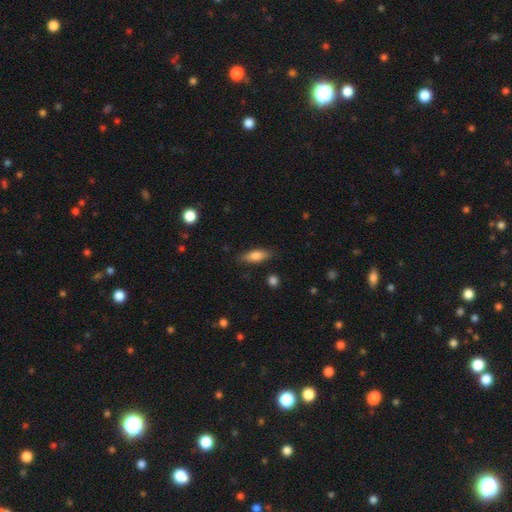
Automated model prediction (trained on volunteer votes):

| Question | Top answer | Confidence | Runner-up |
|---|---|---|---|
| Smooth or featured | smooth | 75% | featured or disk (19%) |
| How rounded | in between | 60% | cigar-shaped (37%) |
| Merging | none | 84% | minor disturbance (12%) |